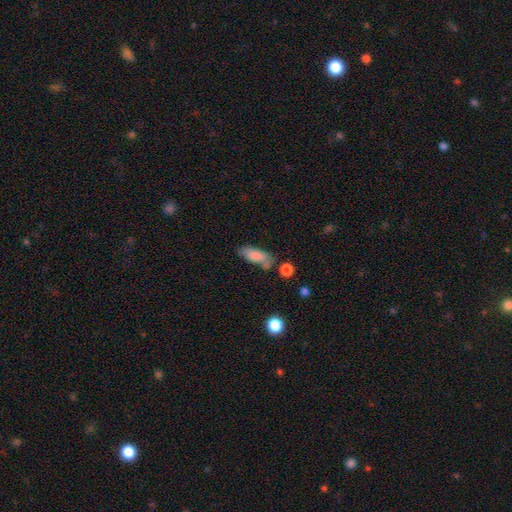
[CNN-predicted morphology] smooth_or_featured: smooth (p=0.80) [alt: featured or disk p=0.13]
how_rounded: in between (p=0.75) [alt: cigar-shaped p=0.22]
merging: none (p=0.55) [alt: minor disturbance p=0.25]